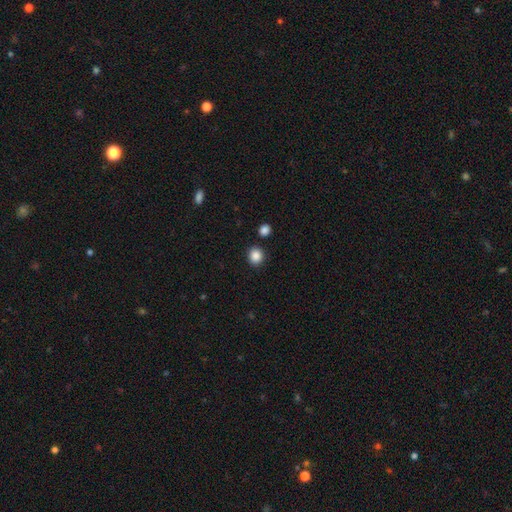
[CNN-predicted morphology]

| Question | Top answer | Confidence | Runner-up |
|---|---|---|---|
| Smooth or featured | smooth | 87% | star or artifact (10%) |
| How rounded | round | 82% | in between (17%) |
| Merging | none | 87% | minor disturbance (7%) |